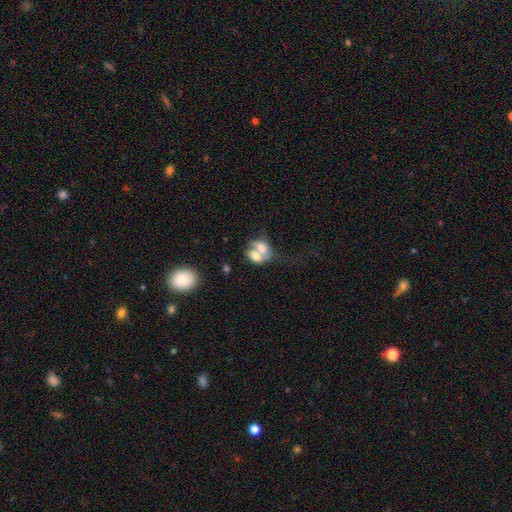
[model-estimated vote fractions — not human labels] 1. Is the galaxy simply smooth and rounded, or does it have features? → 65% smooth, 26% featured or disk, 9% star or artifact.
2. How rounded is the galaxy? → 76% in between, 21% round, 2% cigar-shaped.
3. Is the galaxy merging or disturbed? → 74% merger, 13% none, 7% major disturbance, 6% minor disturbance.